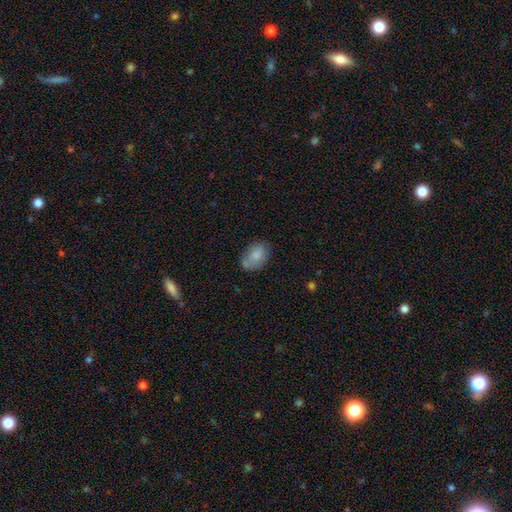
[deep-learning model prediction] Q: Smooth or featured?
A: smooth (78%); runner-up: featured or disk (14%)
Q: How rounded?
A: in between (88%); runner-up: round (10%)
Q: Merging?
A: none (64%); runner-up: minor disturbance (23%)